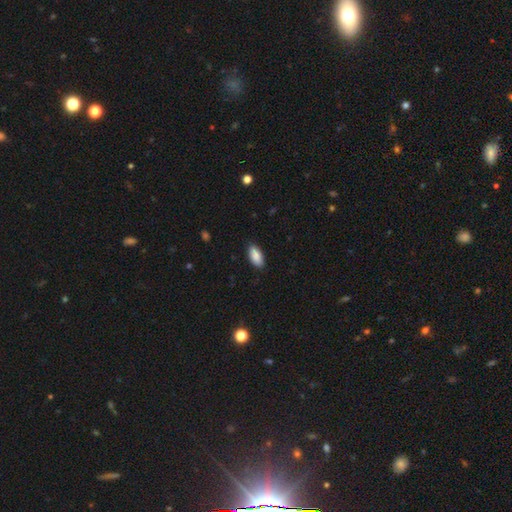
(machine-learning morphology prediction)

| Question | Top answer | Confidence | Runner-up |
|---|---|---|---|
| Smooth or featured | smooth | 88% | star or artifact (6%) |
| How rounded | in between | 91% | cigar-shaped (7%) |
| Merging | none | 87% | minor disturbance (10%) |